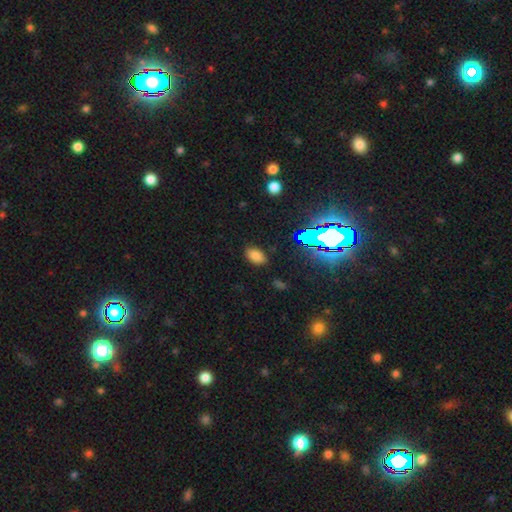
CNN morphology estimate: Smooth or featured? Predicted: smooth (p=0.73). How rounded? Predicted: in between (p=0.89). Merging? Predicted: none (p=0.86).